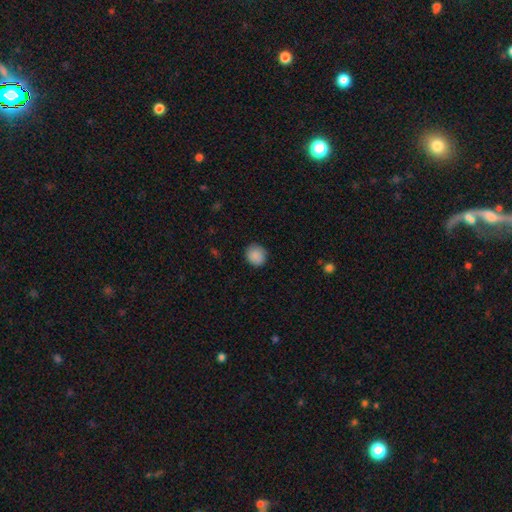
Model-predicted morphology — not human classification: Smooth or featured? Predicted: smooth (p=0.88). How rounded? Predicted: round (p=0.86). Merging? Predicted: none (p=0.85).